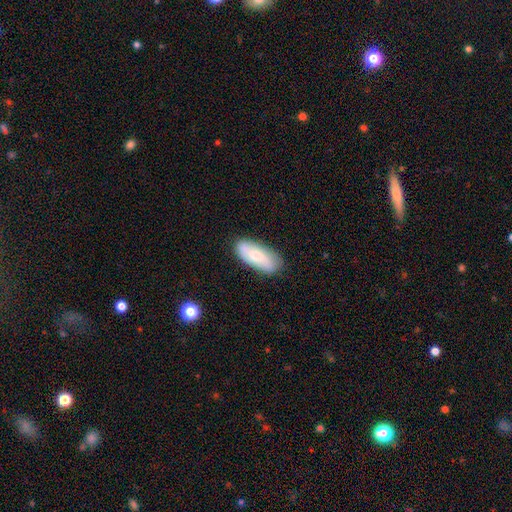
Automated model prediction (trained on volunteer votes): smooth_or_featured: smooth (p=0.63) [alt: featured or disk p=0.31]
how_rounded: in between (p=0.84) [alt: cigar-shaped p=0.13]
merging: none (p=0.80) [alt: minor disturbance p=0.15]